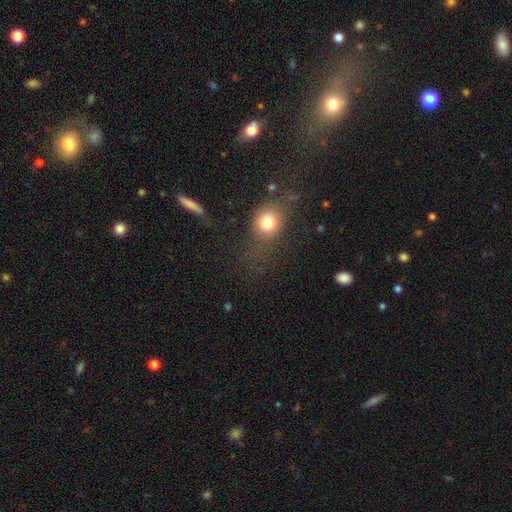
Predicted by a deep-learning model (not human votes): Smooth or featured? smooth (61%)
How rounded? round (64%)
Merging? none (62%)